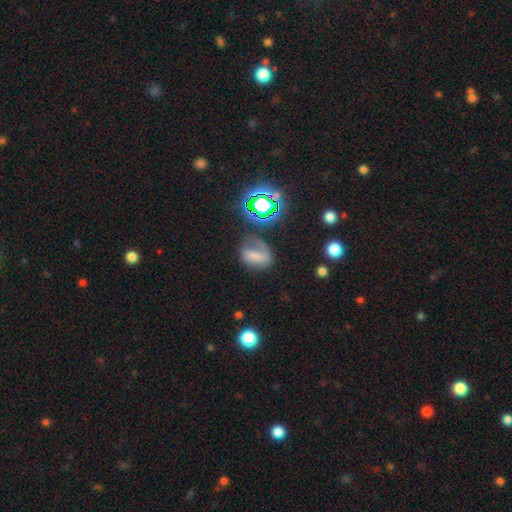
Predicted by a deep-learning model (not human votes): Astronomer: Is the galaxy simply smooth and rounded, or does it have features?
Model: smooth — 51% (runner-up: featured or disk, 28%).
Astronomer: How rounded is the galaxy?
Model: in between — 67%.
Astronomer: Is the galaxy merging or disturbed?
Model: none — 44% (runner-up: minor disturbance, 28%).